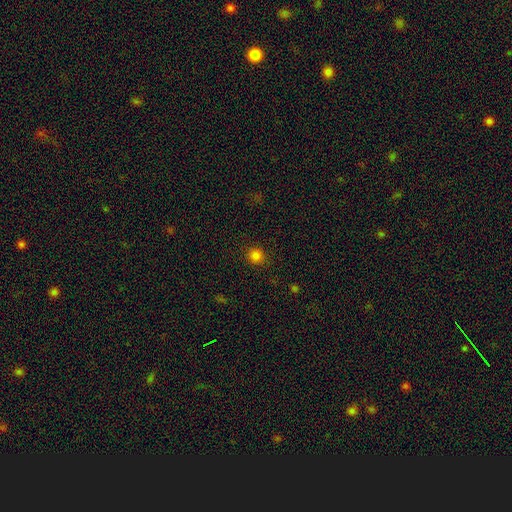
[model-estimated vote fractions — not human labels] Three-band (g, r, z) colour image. It shows a smooth galaxy with no disk features (81%) that is round (92%). Merging: none (90%).